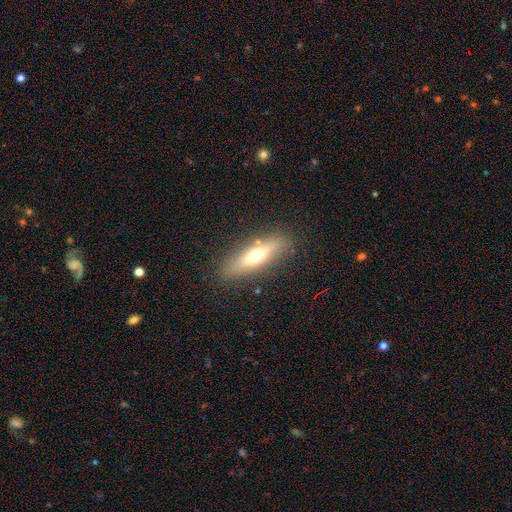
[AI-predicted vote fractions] Morphology: type=smooth (53%); roundness=cigar-shaped (62%); merging=none (85%).